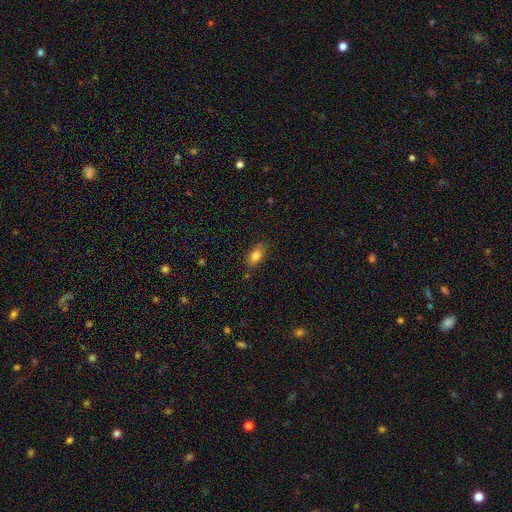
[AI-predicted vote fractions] smooth 81%, featured or disk 10%, star or artifact 9%. Down the decision tree: how rounded — in between (85%); merging — none (79%).